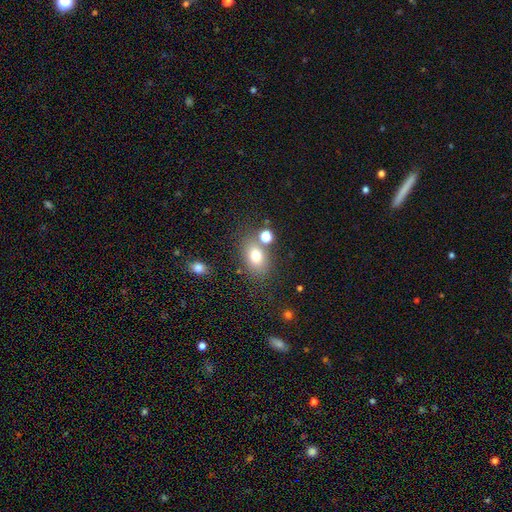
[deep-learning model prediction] A smooth galaxy with no disk features (75%) that is in between round and cigar-shaped (74%).

Vote fractions:
- Smooth or featured? smooth: 75% / featured or disk: 13% / star or artifact: 12%
- How rounded? in between: 74% / round: 24% / cigar-shaped: 2%
- Merging? none: 67% / merger: 15% / minor disturbance: 13% / major disturbance: 5%